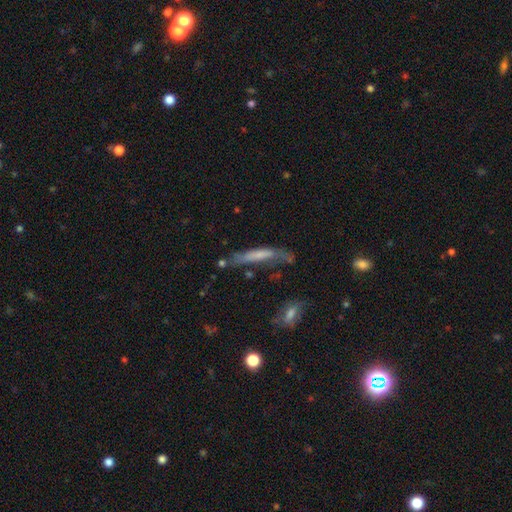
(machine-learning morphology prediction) type=featured or disk (45%, tied with smooth); merging=none (52%).